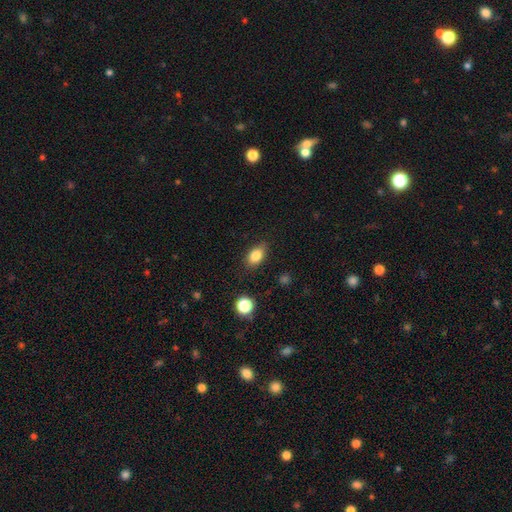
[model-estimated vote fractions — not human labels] A smooth galaxy with no disk features (82%) that is in between round and cigar-shaped (84%).

Vote fractions:
- Smooth or featured? smooth: 82% / star or artifact: 9% / featured or disk: 8%
- How rounded? in between: 84% / round: 14% / cigar-shaped: 3%
- Merging? none: 83% / minor disturbance: 13% / major disturbance: 3% / merger: 1%